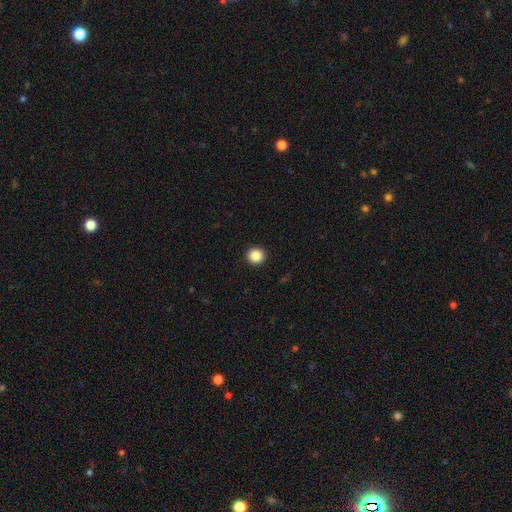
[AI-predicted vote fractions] smooth-or-featured: smooth: 87% | star or artifact: 9% | featured or disk: 3%
  how-rounded: round: 92% | in between: 7% | cigar-shaped: 1%
  merging: none: 93% | minor disturbance: 5% | major disturbance: 2% | merger: 1%